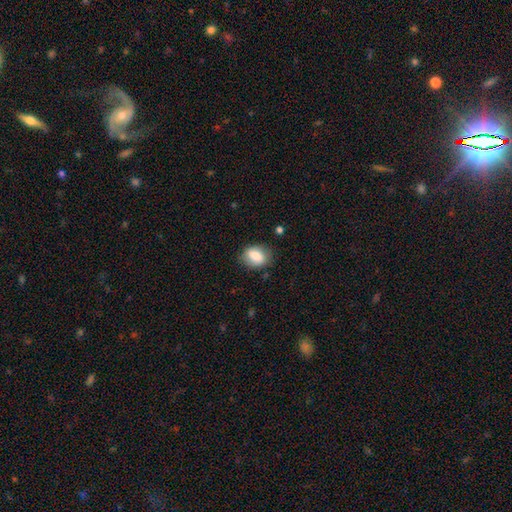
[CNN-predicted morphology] Smooth or featured?
  - smooth: 79% *
  - featured or disk: 14%
  - star or artifact: 8%
How rounded?
  - in between: 67% *
  - round: 32%
  - cigar-shaped: 1%
Merging?
  - none: 80% *
  - minor disturbance: 15%
  - major disturbance: 4%
  - merger: 1%